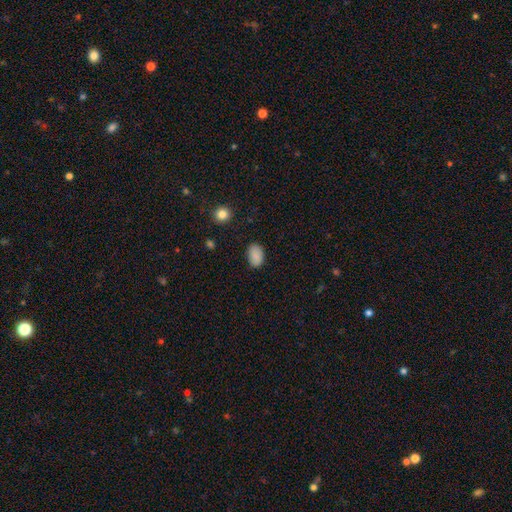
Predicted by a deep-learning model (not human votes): The model was most divided on "merging": none: 83%, minor disturbance: 13%, major disturbance: 3%, merger: 1%. More confident: how rounded — in between (88%); smooth or featured — smooth (88%).